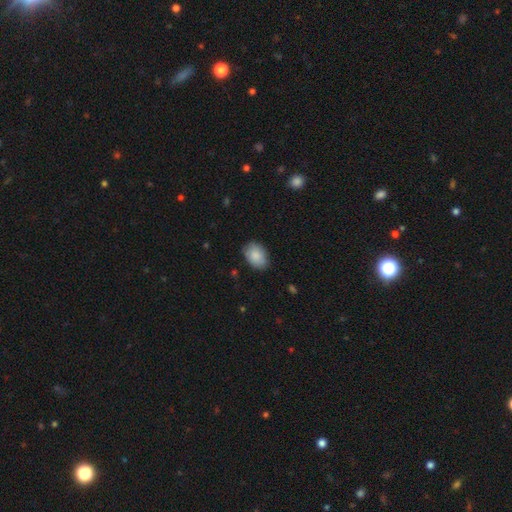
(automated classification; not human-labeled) This is clearly a smooth galaxy (86%). How rounded: clearly in between (81%). Merging: likely none (80%).